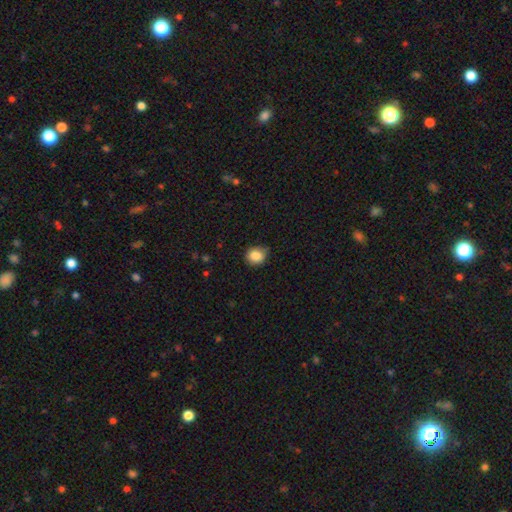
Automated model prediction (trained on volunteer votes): smooth 85%, star or artifact 9%, featured or disk 5%. Down the decision tree: how rounded — round (77%); merging — none (74%).